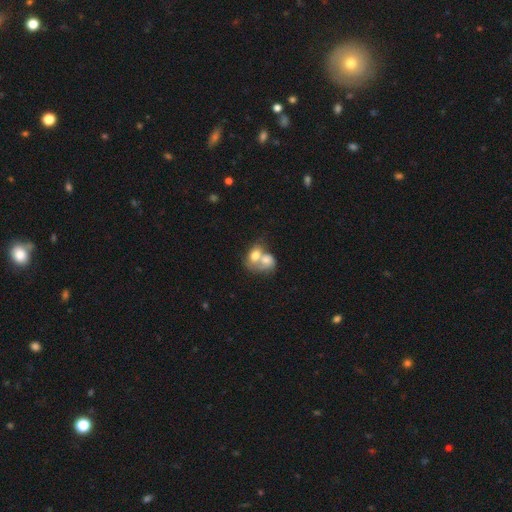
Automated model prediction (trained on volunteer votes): The model was most divided on "how rounded" (2-way tie): in between: 49%, round: 49%, cigar-shaped: 2%. More confident: merging — merger (78%); smooth or featured — smooth (52%).